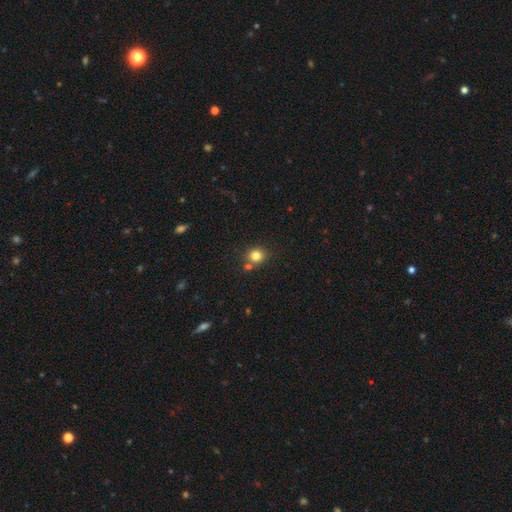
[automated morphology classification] Smooth or featured? smooth (81%)
How rounded? round (84%)
Merging? none (72%)